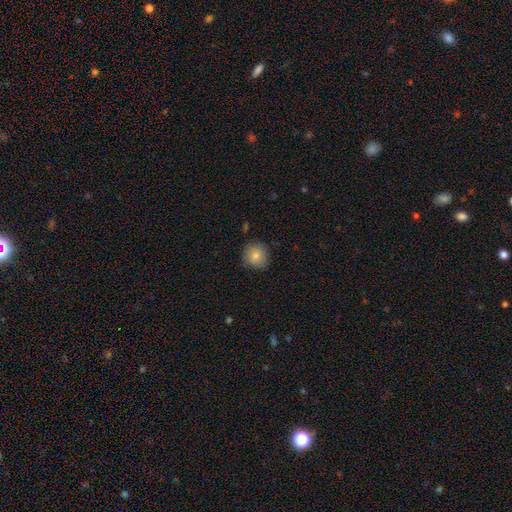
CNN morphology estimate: Overall: smooth (82%). How rounded: round (85%). Merging: none (79%).